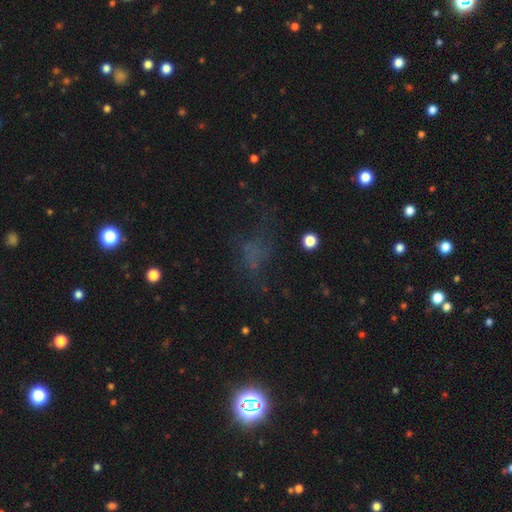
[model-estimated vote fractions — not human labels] Morphology: type=smooth (40%); merging=none (50%).